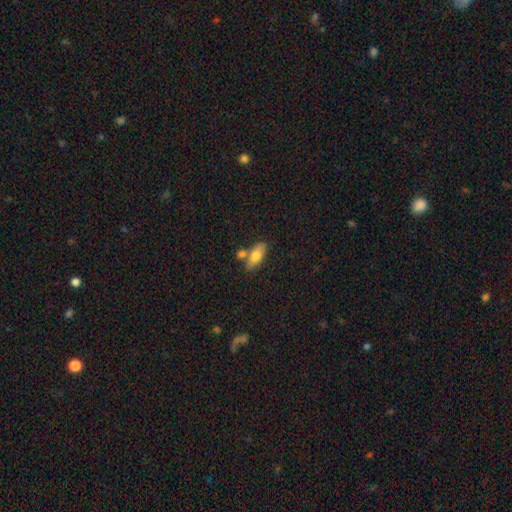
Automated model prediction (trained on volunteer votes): Smooth or featured?
  - smooth: 74% *
  - featured or disk: 19%
  - star or artifact: 7%
How rounded?
  - in between: 83% *
  - cigar-shaped: 14%
  - round: 4%
Merging?
  - none: 64% *
  - merger: 19%
  - minor disturbance: 13%
  - major disturbance: 3%